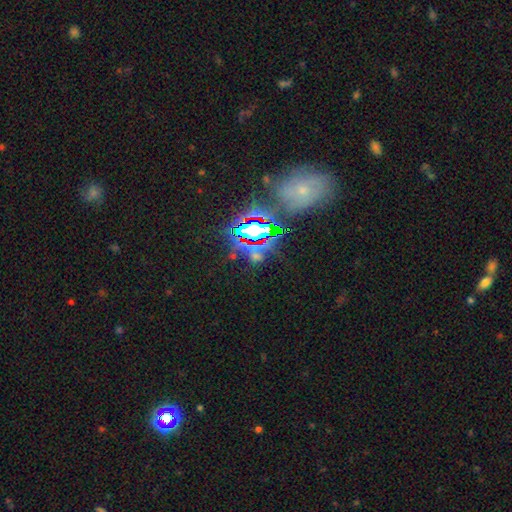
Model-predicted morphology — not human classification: type=star or artifact (68%).